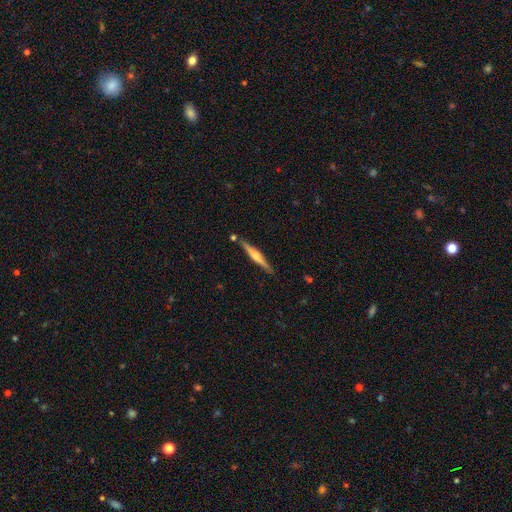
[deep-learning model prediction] featured or disk 67%, smooth 27%, star or artifact 6%. Down the decision tree: edge-on disk — yes (98%); edge-on bulge — rounded (79%); merging — none (86%).